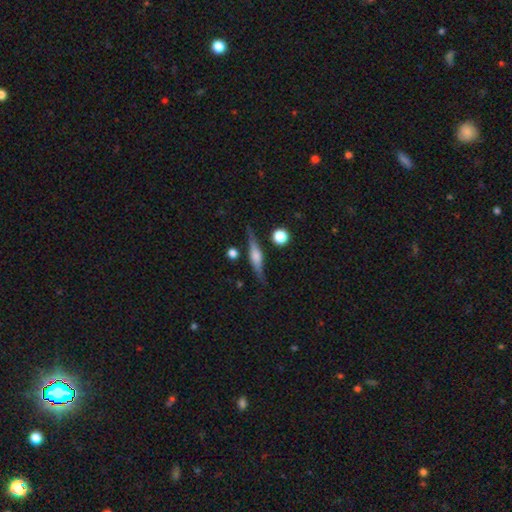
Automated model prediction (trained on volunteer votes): Smooth or featured? Predicted: featured or disk (p=0.69). Edge-on disk? Predicted: yes (p=0.96). Edge-on bulge? Predicted: rounded (p=0.75). Merging? Predicted: none (p=0.82).